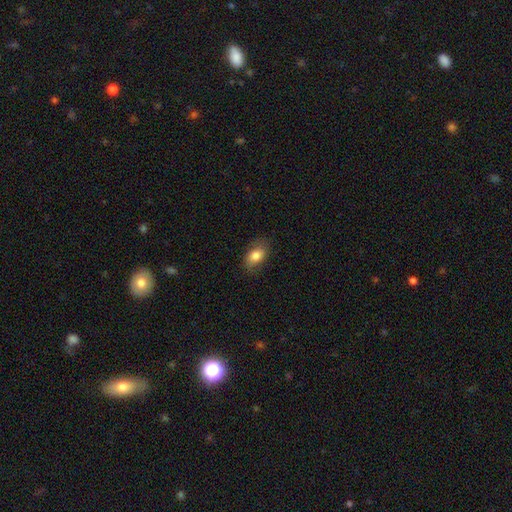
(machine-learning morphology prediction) This is clearly a smooth galaxy (81%). How rounded: clearly in between (86%). Merging: likely none (79%).